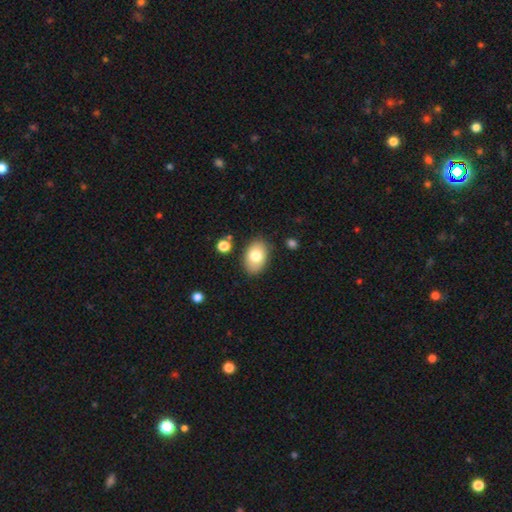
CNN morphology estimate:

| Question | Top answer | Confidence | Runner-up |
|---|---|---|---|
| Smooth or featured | smooth | 78% | featured or disk (14%) |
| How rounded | in between | 86% | round (13%) |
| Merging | none | 83% | minor disturbance (12%) |